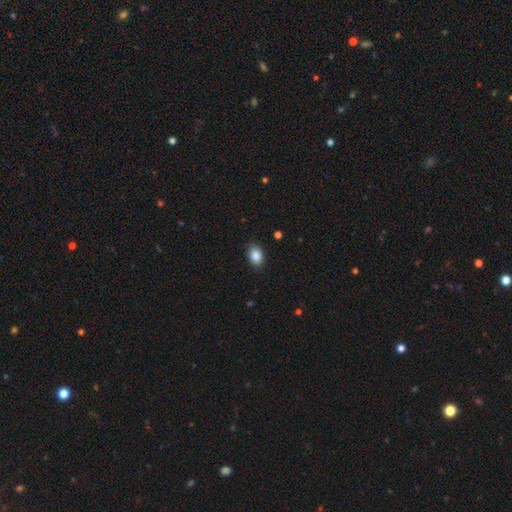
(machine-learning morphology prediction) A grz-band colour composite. It shows a smooth galaxy with no disk features (86%) that is in between round and cigar-shaped (80%). Merging: none (88%).